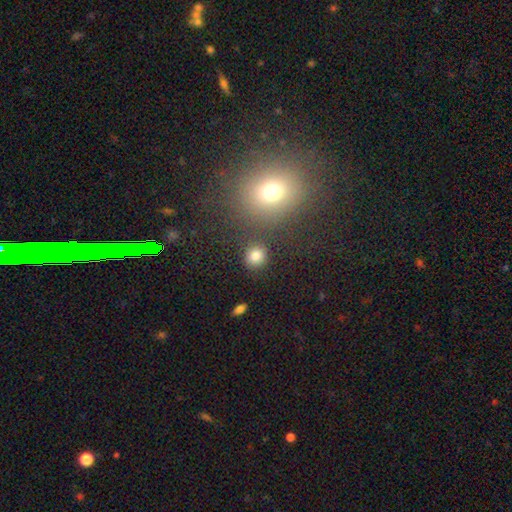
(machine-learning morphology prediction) A smooth galaxy with no disk features (81%) that is round (82%).

Vote fractions:
- Smooth or featured? smooth: 81% / star or artifact: 13% / featured or disk: 6%
- How rounded? round: 82% / in between: 17% / cigar-shaped: 1%
- Merging? none: 84% / minor disturbance: 8% / merger: 5% / major disturbance: 3%